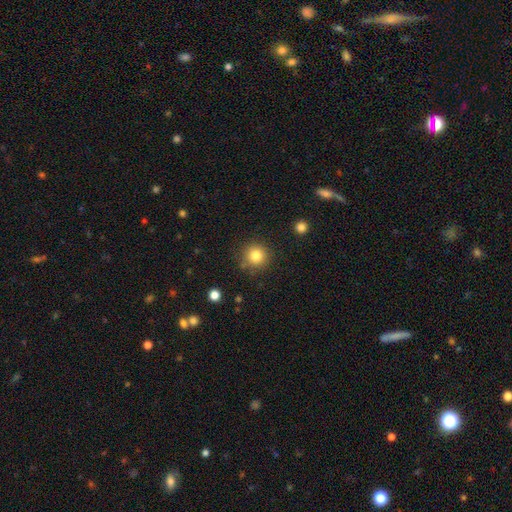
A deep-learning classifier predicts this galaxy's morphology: Smooth or featured? Predicted: smooth (p=0.82). How rounded? Predicted: round (p=0.94). Merging? Predicted: none (p=0.85).